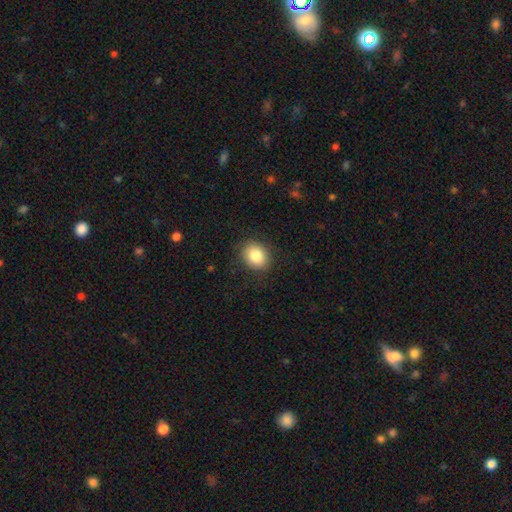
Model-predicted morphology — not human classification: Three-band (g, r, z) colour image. It shows a smooth galaxy with no disk features (84%) that is round (55%). Merging: none (86%).